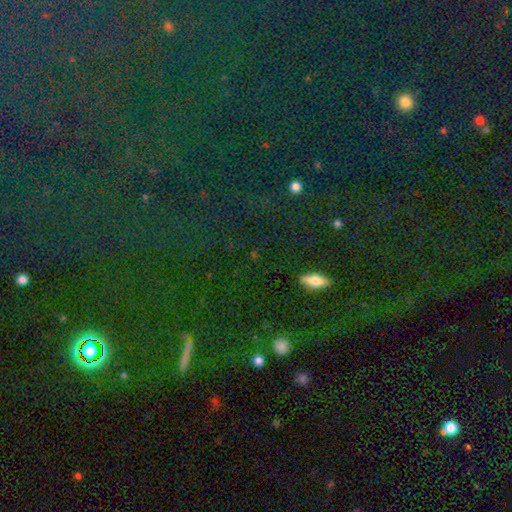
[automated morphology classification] A star or artifact, not a galaxy (68%).